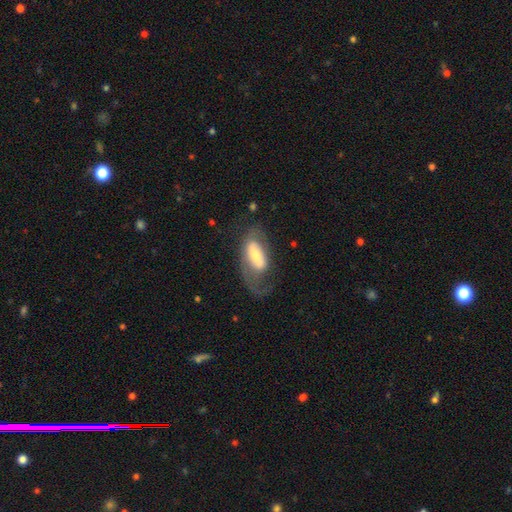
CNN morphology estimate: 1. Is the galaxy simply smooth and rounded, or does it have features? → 59% featured or disk, 35% smooth, 6% star or artifact.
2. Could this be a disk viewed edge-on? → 90% no, 10% yes.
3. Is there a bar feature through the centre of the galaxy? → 40% strong, 33% weak, 27% no.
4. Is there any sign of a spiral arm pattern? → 71% yes, 29% no.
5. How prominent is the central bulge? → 44% moderate, 34% small, 15% large, 4% none, 3% dominant.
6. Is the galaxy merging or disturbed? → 38% major disturbance (tied), 38% none (tied), 21% minor disturbance, 3% merger.